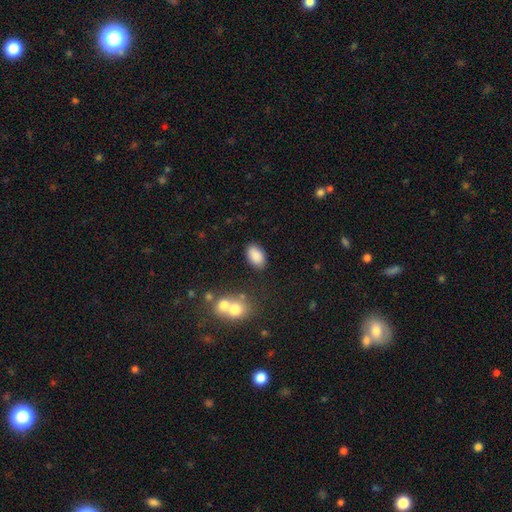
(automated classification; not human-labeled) Smooth or featured? Predicted: smooth (p=0.87). How rounded? Predicted: in between (p=0.92). Merging? Predicted: none (p=0.83).